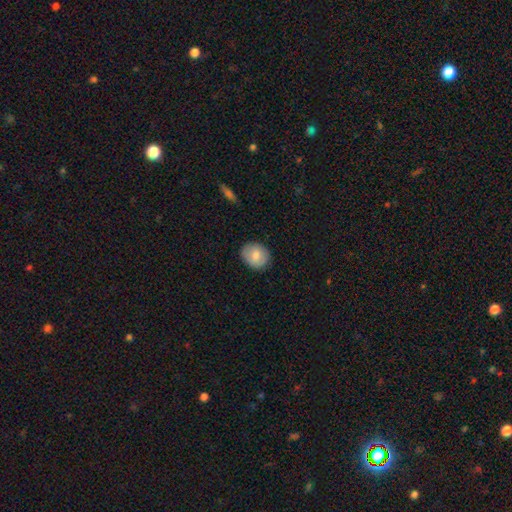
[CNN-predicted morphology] This appears to be a smooth galaxy with no disk features (77%) that is round (59%). Merging: none (86%).